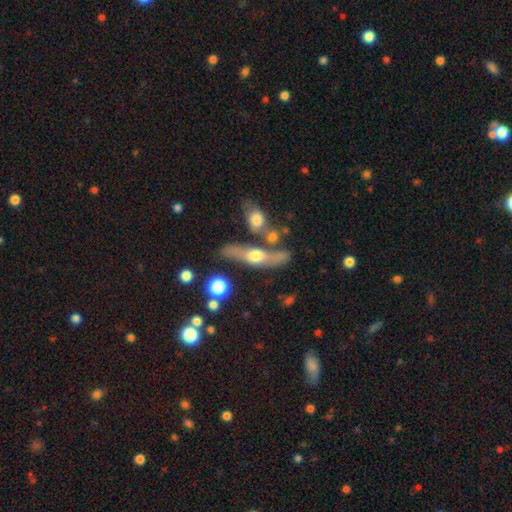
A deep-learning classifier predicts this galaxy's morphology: Smooth or featured? featured or disk (59%)
Edge-on disk? yes (81%)
Merging? none (57%)